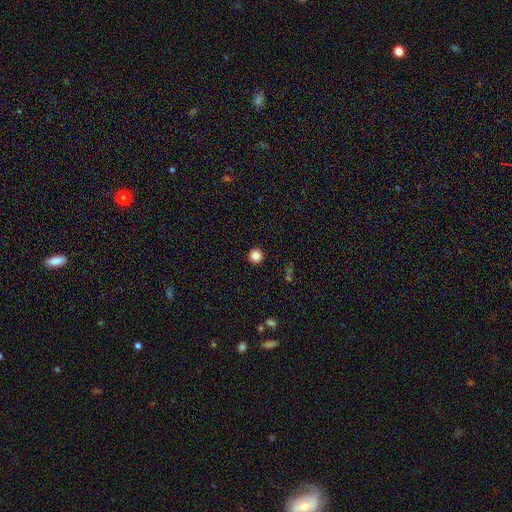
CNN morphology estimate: This is clearly a smooth galaxy (84%). How rounded: clearly round (96%). Merging: clearly none (93%).